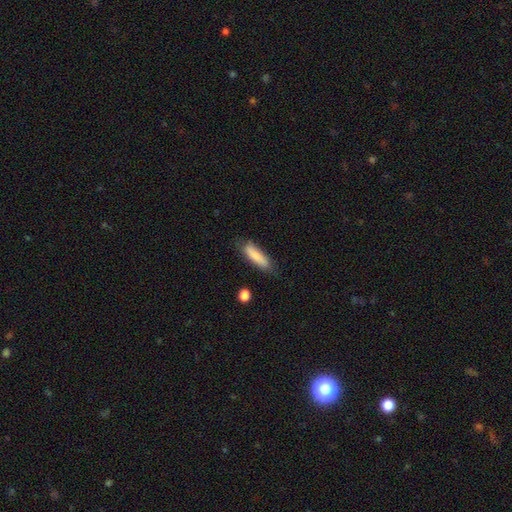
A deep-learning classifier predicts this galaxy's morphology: This is clearly a smooth galaxy (83%). How rounded: likely cigar-shaped (62%). Merging: likely none (73%).